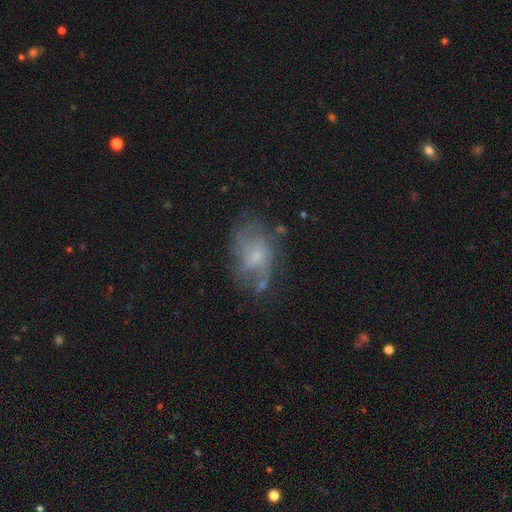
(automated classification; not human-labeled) This appears to be a featured or disk galaxy (60%) with no bar (72%), spiral arms (64%) and a small central bulge (60%). Merging: none (55%).